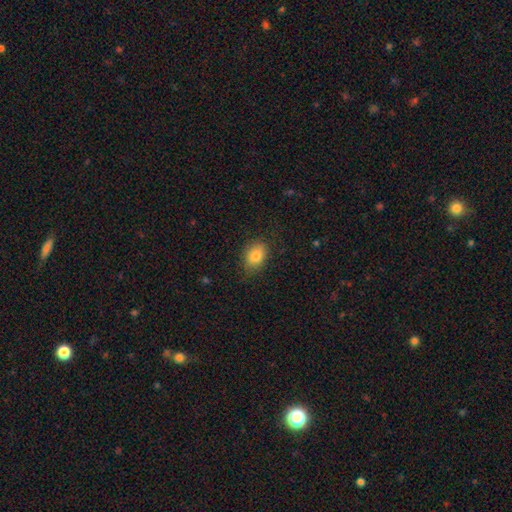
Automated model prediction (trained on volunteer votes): A smooth galaxy with no disk features (83%) that is in between round and cigar-shaped (74%).

Vote fractions:
- Smooth or featured? smooth: 83% / star or artifact: 9% / featured or disk: 8%
- How rounded? in between: 74% / round: 24% / cigar-shaped: 1%
- Merging? none: 80% / minor disturbance: 15% / major disturbance: 4% / merger: 1%